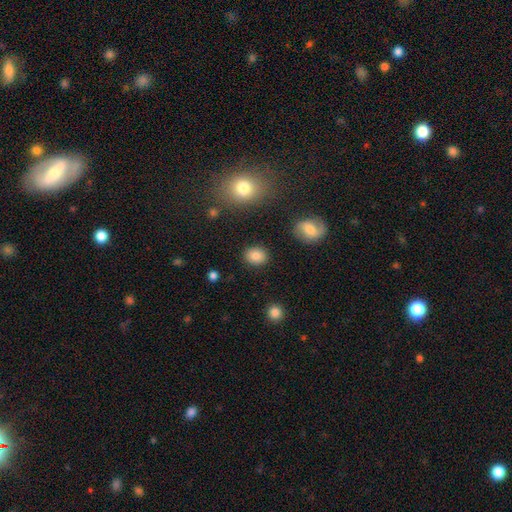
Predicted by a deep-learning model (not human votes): This is clearly a smooth galaxy (84%). How rounded: possibly round (57%). Merging: clearly none (88%).